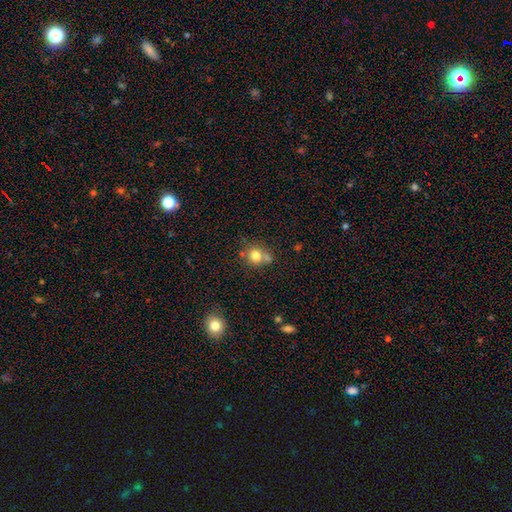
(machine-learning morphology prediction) A smooth galaxy with no disk features (76%) that is round (80%). Merging: none (54%).